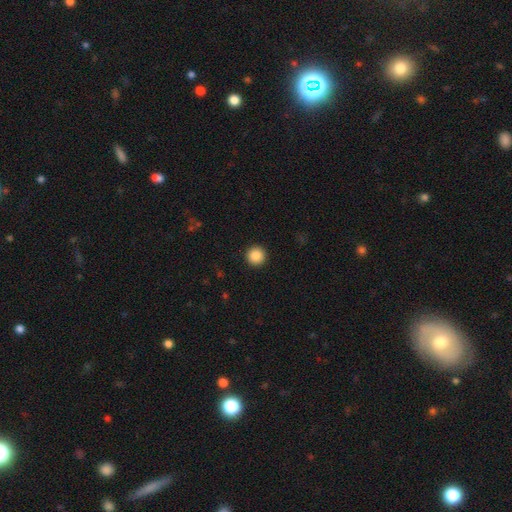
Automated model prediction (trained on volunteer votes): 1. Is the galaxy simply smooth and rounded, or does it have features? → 88% smooth, 9% star or artifact, 3% featured or disk.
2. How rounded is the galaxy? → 96% round, 3% in between, 1% cigar-shaped.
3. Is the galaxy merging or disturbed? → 93% none, 4% minor disturbance, 2% major disturbance, 1% merger.